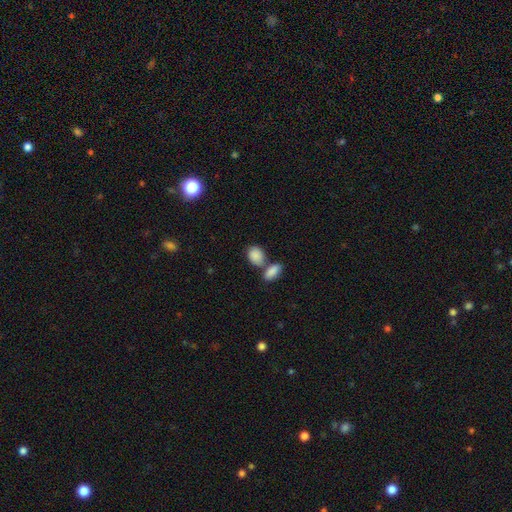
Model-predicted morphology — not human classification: smooth-or-featured: smooth: 88% | star or artifact: 7% | featured or disk: 6%
  how-rounded: in between: 78% | round: 20% | cigar-shaped: 2%
  merging: none: 43% | merger: 42% | minor disturbance: 11% | major disturbance: 4%